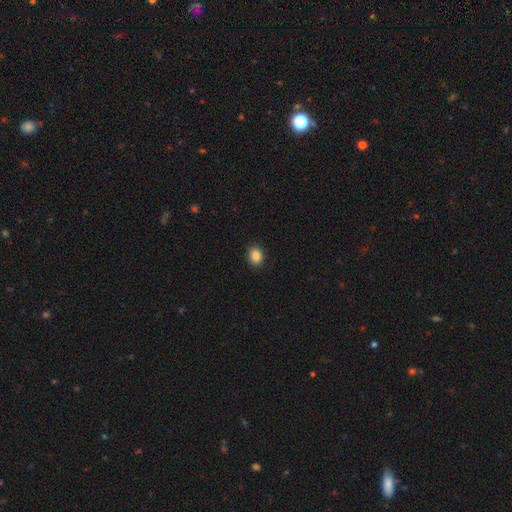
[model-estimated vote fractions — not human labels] Smooth or featured: smooth — 87% (star or artifact — 10%)
How rounded: round — 50% (in between — 49%)
Merging: none — 90% (minor disturbance — 7%)